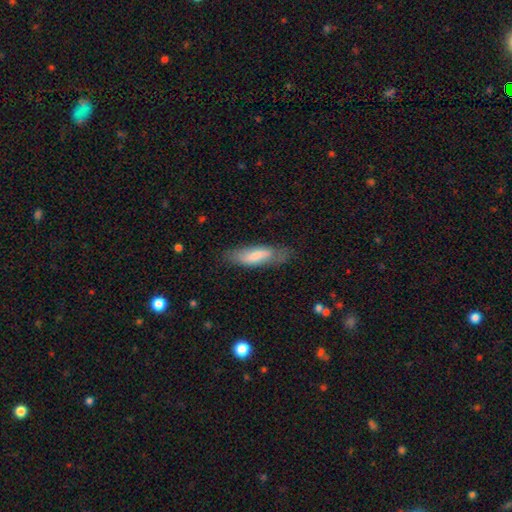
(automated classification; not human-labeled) Morphology: type=smooth (70%); roundness=in between (53%); merging=none (66%).